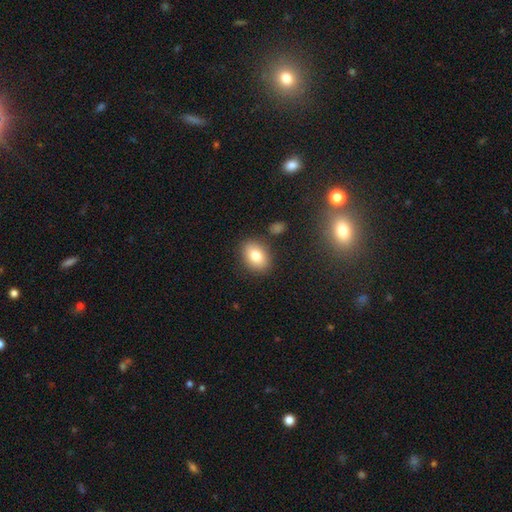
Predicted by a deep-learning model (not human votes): Smooth or featured? smooth (80%)
How rounded? in between (75%)
Merging? none (84%)